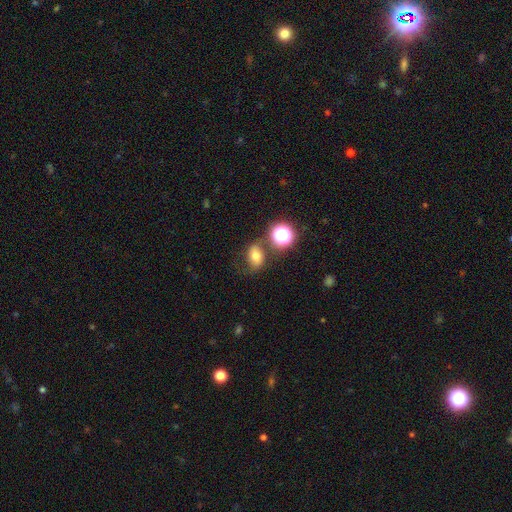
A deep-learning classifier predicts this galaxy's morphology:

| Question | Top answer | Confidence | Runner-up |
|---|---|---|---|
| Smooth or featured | smooth | 63% | featured or disk (20%) |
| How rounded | in between | 66% | round (32%) |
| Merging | none | 61% | minor disturbance (19%) |